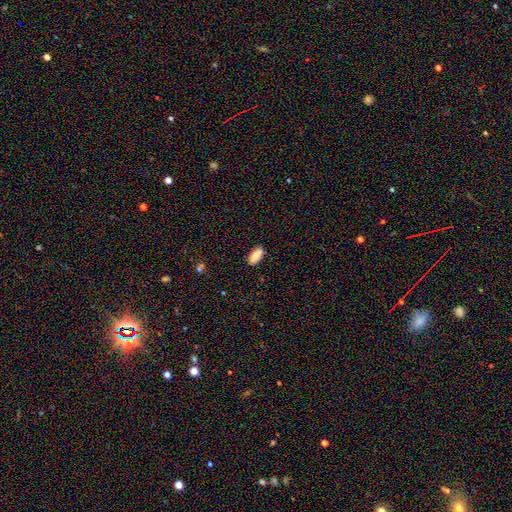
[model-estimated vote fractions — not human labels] A smooth galaxy with no disk features (83%) that is in between round and cigar-shaped (87%). Merging: none (86%).